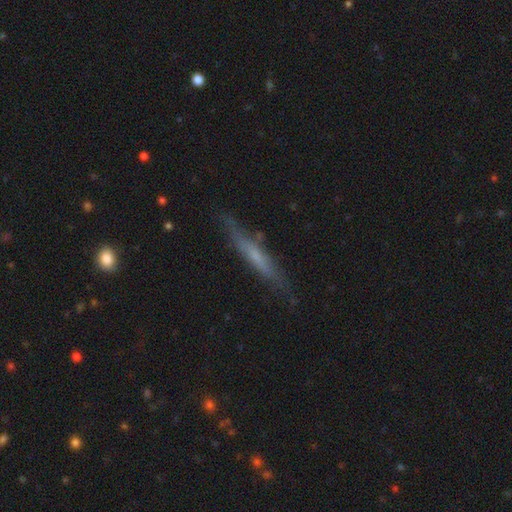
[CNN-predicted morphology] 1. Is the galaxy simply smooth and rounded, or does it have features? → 48% featured or disk, 44% smooth, 8% star or artifact.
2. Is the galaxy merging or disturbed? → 75% none, 18% minor disturbance, 5% major disturbance, 2% merger.